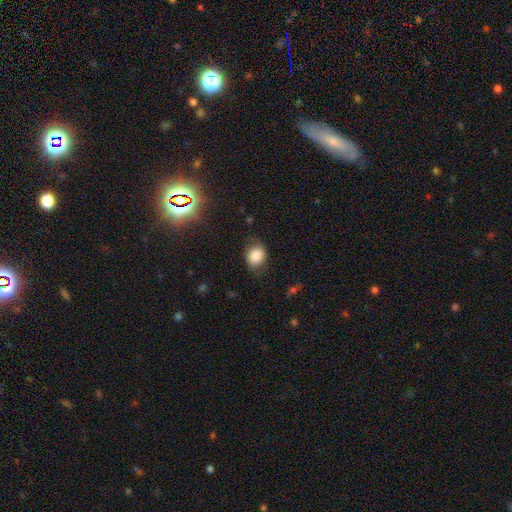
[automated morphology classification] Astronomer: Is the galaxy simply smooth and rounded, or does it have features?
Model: smooth — 82%.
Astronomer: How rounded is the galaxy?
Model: round — 55% (runner-up: in between, 44%).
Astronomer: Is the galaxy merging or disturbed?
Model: none — 74%.